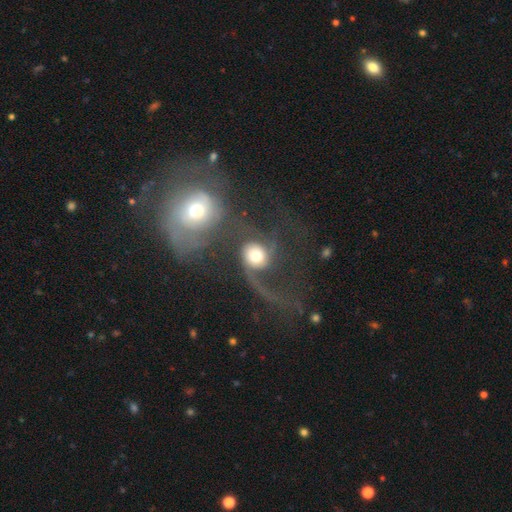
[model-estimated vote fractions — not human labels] Q: Smooth or featured?
A: featured or disk (59%); runner-up: smooth (32%)
Q: Edge-on disk?
A: no (97%); runner-up: yes (3%)
Q: Bar?
A: no (75%); runner-up: weak (19%)
Q: Spiral arms?
A: yes (83%); runner-up: no (17%)
Q: Bulge size?
A: moderate (47%); runner-up: large (32%)
Q: Merging?
A: major disturbance (36%); runner-up: merger (31%)